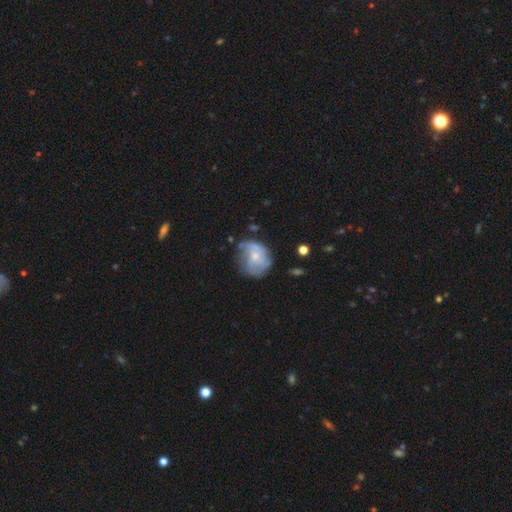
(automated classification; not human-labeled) Smooth or featured? featured or disk (57%)
Edge-on disk? no (98%)
Bar? no (77%)
Spiral arms? yes (67%)
Bulge size? small (56%)
Merging? none (52%)